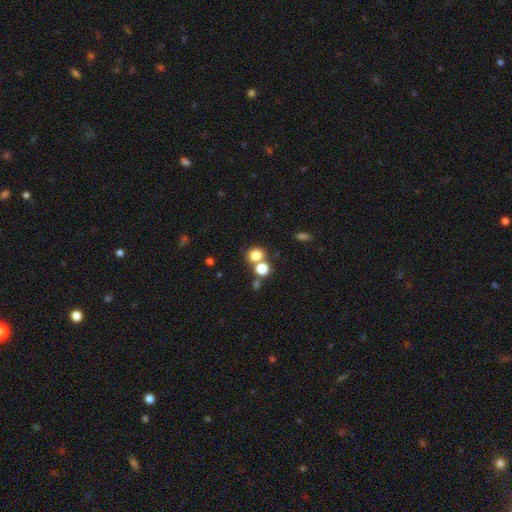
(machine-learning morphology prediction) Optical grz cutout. It shows a smooth galaxy with no disk features (78%) that is round (76%). Merging: none (55%).